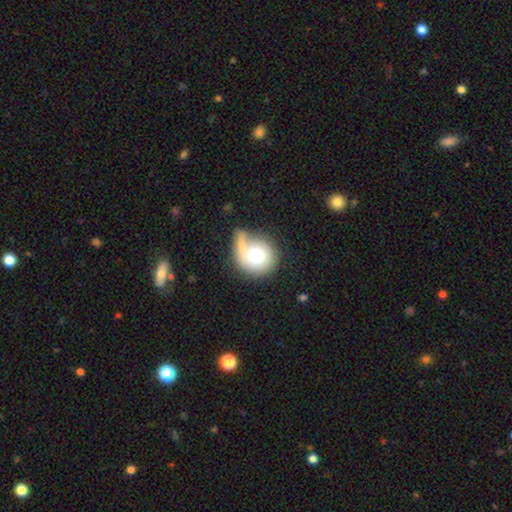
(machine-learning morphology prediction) The model was most divided on "merging": none: 40%, merger: 22%, minor disturbance: 22%, major disturbance: 16%. More confident: how rounded — round (86%); smooth or featured — smooth (68%).